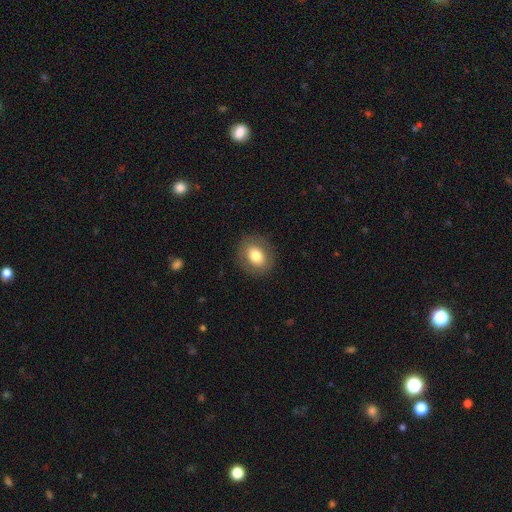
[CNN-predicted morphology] Overall: smooth (75%). How rounded: round (60%; in between 39%). Merging: none (88%).